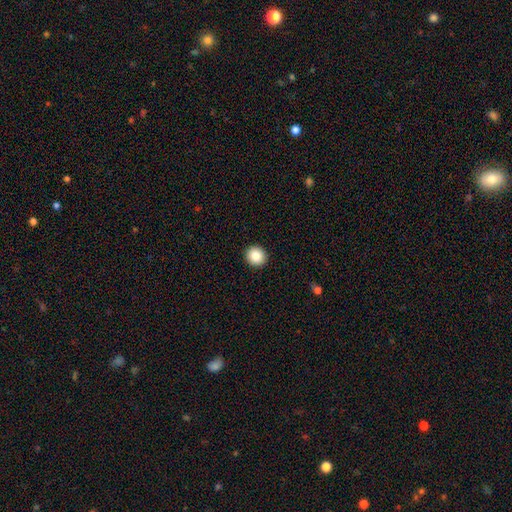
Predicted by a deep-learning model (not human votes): Q: Smooth or featured?
A: smooth (85%); runner-up: star or artifact (9%)
Q: How rounded?
A: round (91%); runner-up: in between (8%)
Q: Merging?
A: none (93%); runner-up: minor disturbance (4%)